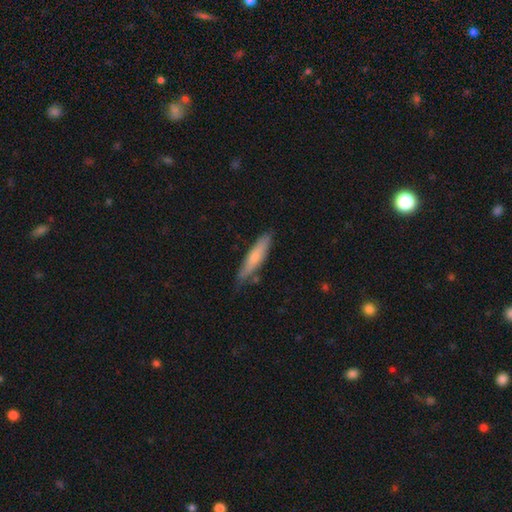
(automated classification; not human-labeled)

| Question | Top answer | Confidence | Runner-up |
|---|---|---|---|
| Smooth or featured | smooth | 46% | featured or disk (44%) |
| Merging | none | 84% | minor disturbance (12%) |